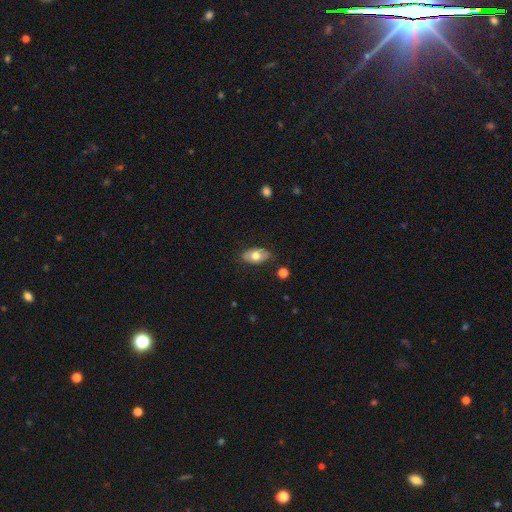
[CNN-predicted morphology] This is likely a smooth galaxy (63%). How rounded: clearly in between (91%). Merging: clearly none (80%).